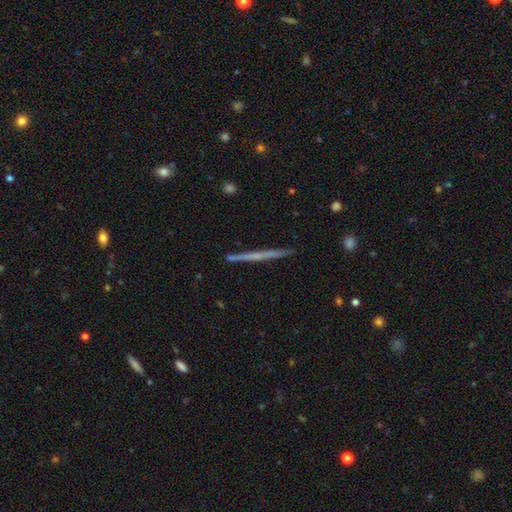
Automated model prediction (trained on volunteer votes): smooth-or-featured: featured or disk: 61% | smooth: 32% | star or artifact: 7%
  disk-edge-on: yes: 98% | no: 2%
    edge-on-bulge: none: 74% | rounded: 20% | boxy: 5%
  merging: none: 92% | minor disturbance: 6% | major disturbance: 1% | merger: 1%